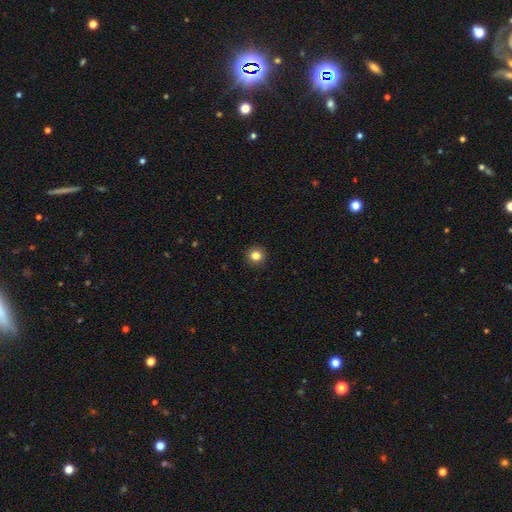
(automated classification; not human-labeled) smooth-or-featured: smooth: 83% | star or artifact: 11% | featured or disk: 5%
  how-rounded: round: 94% | in between: 5% | cigar-shaped: 1%
  merging: none: 93% | minor disturbance: 5% | major disturbance: 2% | merger: 1%